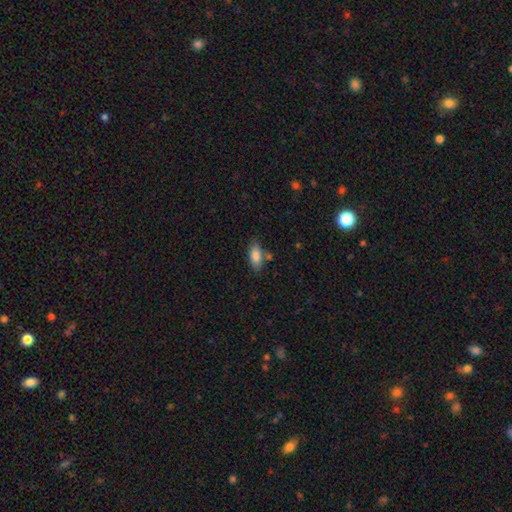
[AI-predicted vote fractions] A smooth galaxy with no disk features (84%) that is in between round and cigar-shaped (84%). Merging: none (71%).